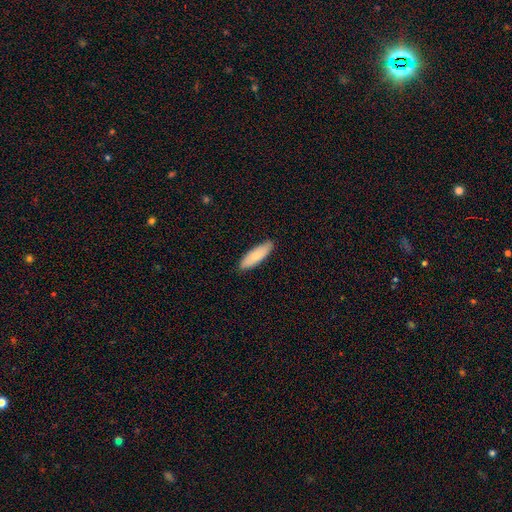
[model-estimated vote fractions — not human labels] A smooth galaxy with no disk features (82%) that is cigar-shaped (53%). Merging: none (87%).